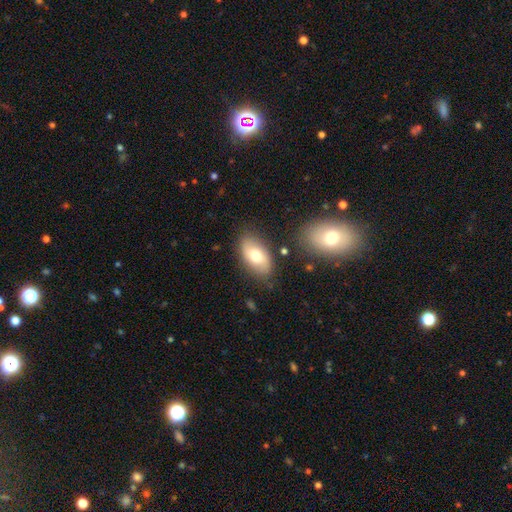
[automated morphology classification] Smooth or featured? Predicted: smooth (p=0.66). How rounded? Predicted: in between (p=0.93). Merging? Predicted: none (p=0.80).